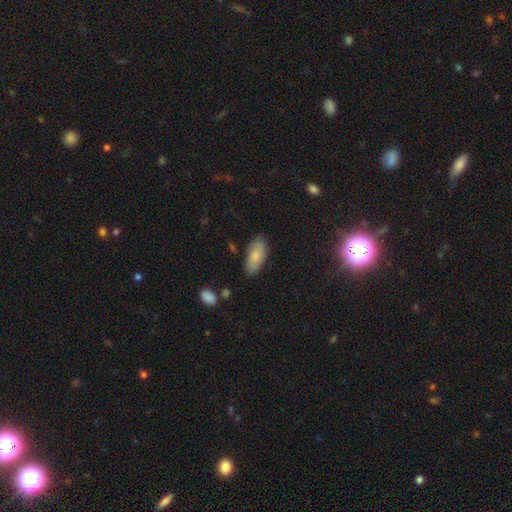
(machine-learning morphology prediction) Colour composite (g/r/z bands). It shows a smooth galaxy with no disk features (80%) that is in between round and cigar-shaped (88%). Merging: none (82%).